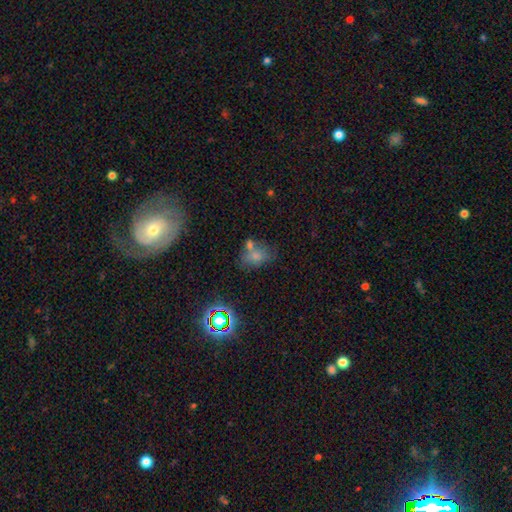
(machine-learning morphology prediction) smooth_or_featured: smooth (p=0.64) [alt: star or artifact p=0.18]
how_rounded: in between (p=0.73) [alt: round p=0.25]
merging: none (p=0.40) [alt: merger p=0.33]